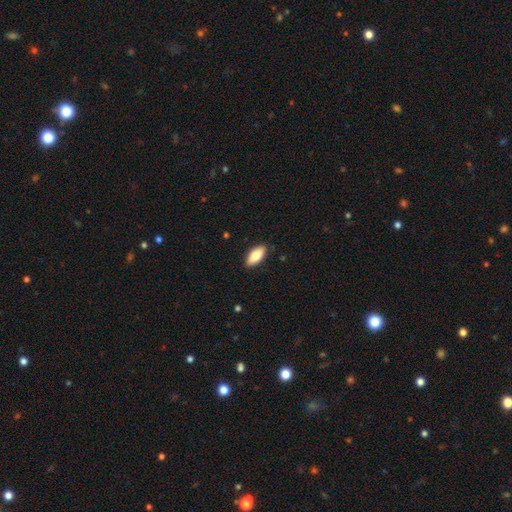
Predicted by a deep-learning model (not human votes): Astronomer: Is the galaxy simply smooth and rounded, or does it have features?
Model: smooth — 78%.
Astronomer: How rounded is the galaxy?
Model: in between — 85%.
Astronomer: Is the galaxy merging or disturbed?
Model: none — 89%.